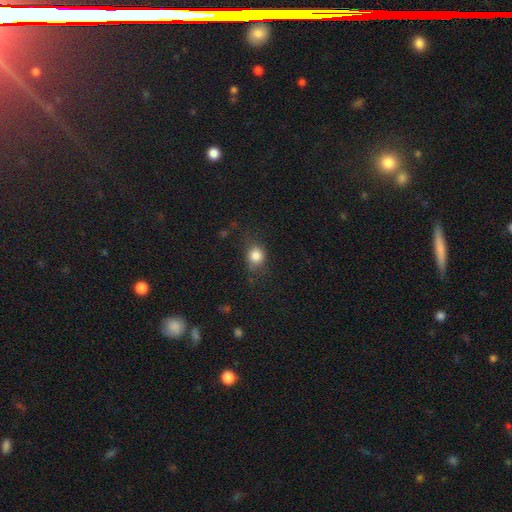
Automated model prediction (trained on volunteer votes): Smooth or featured? Predicted: smooth (p=0.82). How rounded? Predicted: round (p=0.68). Merging? Predicted: none (p=0.66).